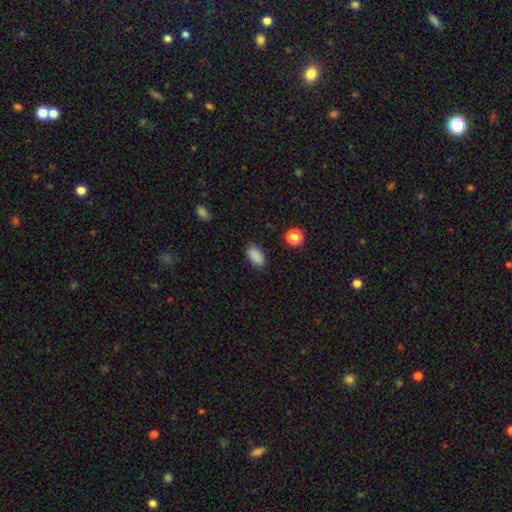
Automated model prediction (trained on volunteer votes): A smooth galaxy with no disk features (88%) that is in between round and cigar-shaped (92%).

Vote fractions:
- Smooth or featured? smooth: 88% / star or artifact: 9% / featured or disk: 3%
- How rounded? in between: 92% / round: 6% / cigar-shaped: 2%
- Merging? none: 88% / minor disturbance: 9% / major disturbance: 2% / merger: 1%